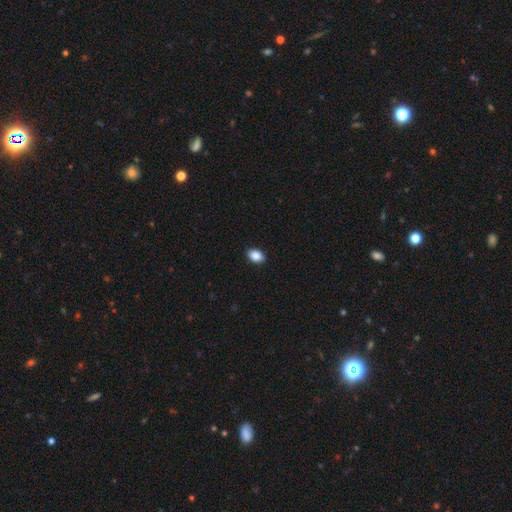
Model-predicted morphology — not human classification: smooth 89%, star or artifact 8%, featured or disk 3%. Down the decision tree: how rounded — in between (85%); merging — none (90%).